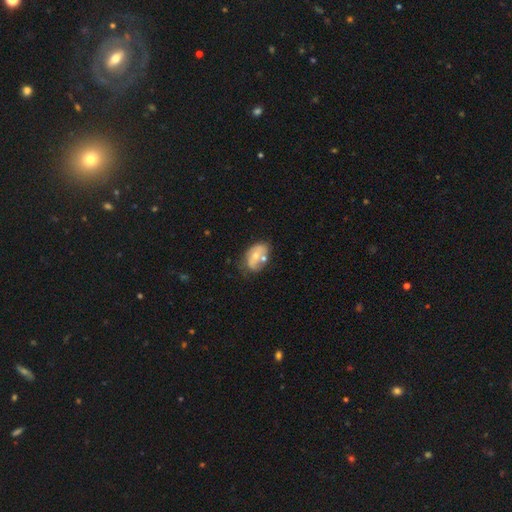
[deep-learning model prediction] A featured or disk galaxy (49%).

Vote fractions:
- Smooth or featured? featured or disk: 49% / smooth: 43% / star or artifact: 8%
- Merging? none: 40% / minor disturbance: 27% / merger: 21% / major disturbance: 12%